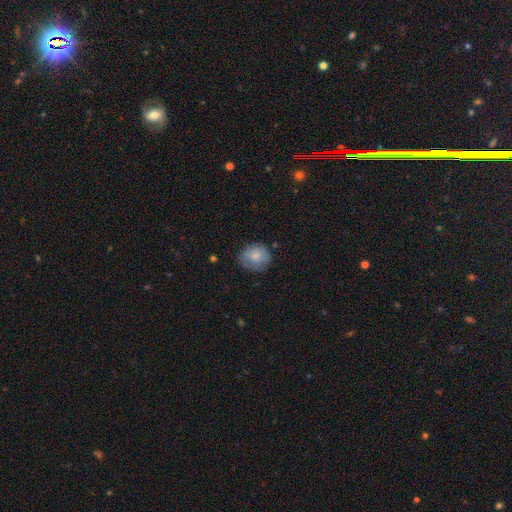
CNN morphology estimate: This is likely a smooth galaxy (74%). How rounded: likely round (73%). Merging: likely none (69%).